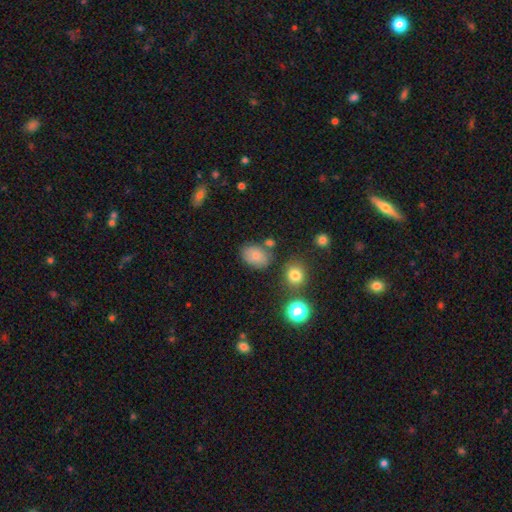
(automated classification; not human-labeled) Overall: smooth (77%). How rounded: in between (69%; round 30%). Merging: none (71%).